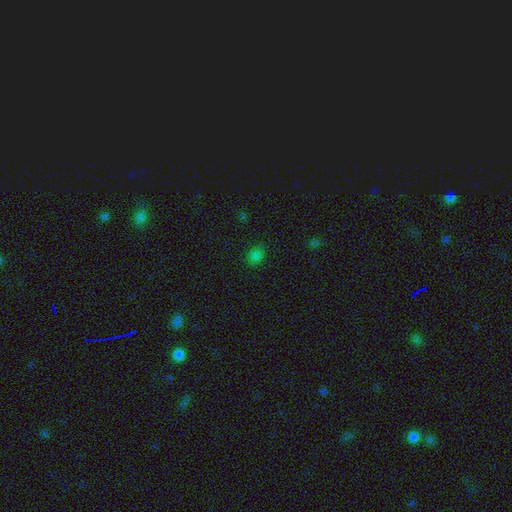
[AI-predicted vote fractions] smooth_or_featured: smooth (p=0.78) [alt: star or artifact p=0.18]
how_rounded: in between (p=0.62) [alt: round p=0.37]
merging: none (p=0.83) [alt: minor disturbance p=0.12]